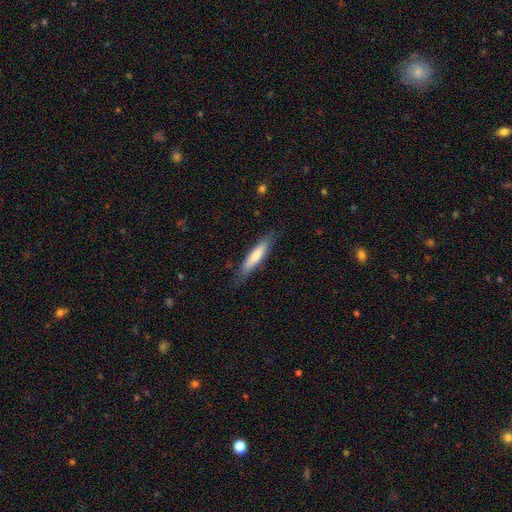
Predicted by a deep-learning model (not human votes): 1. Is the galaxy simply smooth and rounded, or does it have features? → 72% smooth, 23% featured or disk, 5% star or artifact.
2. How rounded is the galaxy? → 80% cigar-shaped, 18% in between, 1% round.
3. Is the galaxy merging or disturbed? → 81% none, 15% minor disturbance, 3% major disturbance, 1% merger.